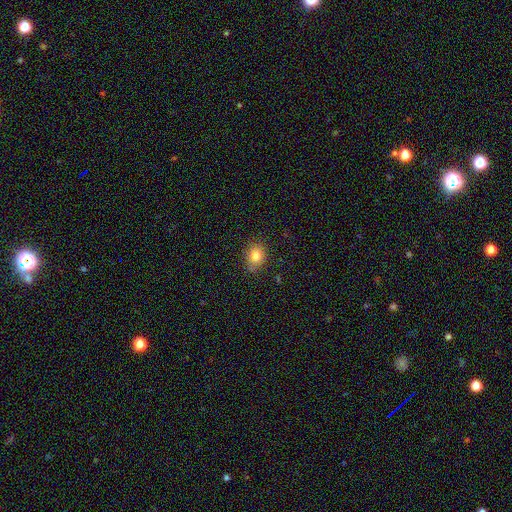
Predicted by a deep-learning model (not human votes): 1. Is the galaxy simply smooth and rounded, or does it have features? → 82% smooth, 11% star or artifact, 7% featured or disk.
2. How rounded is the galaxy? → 55% round, 44% in between, 1% cigar-shaped.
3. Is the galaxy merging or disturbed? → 81% none, 14% minor disturbance, 3% major disturbance, 2% merger.